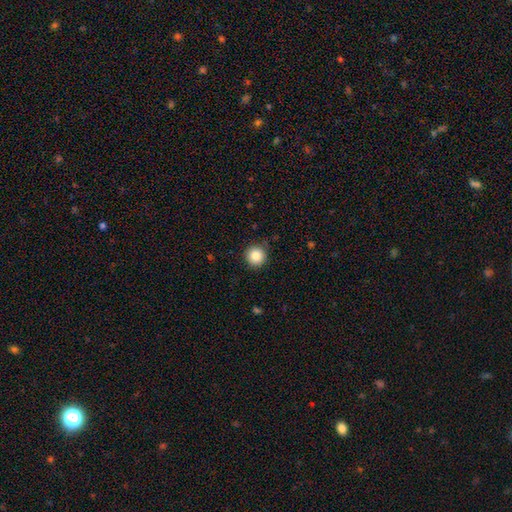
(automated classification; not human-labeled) Q: Smooth or featured?
A: smooth (85%); runner-up: star or artifact (10%)
Q: How rounded?
A: round (95%); runner-up: in between (4%)
Q: Merging?
A: none (89%); runner-up: minor disturbance (8%)